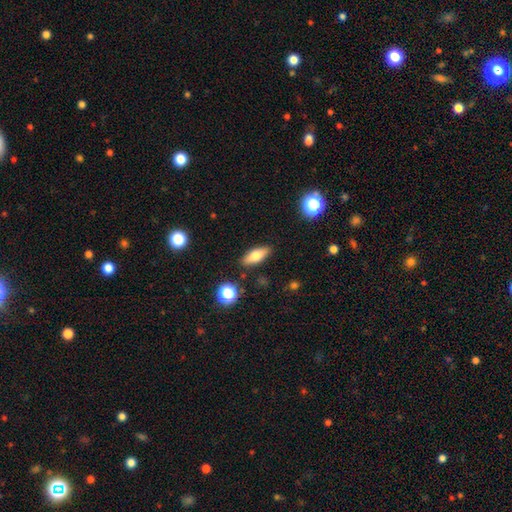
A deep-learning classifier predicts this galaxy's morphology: Smooth or featured? smooth (70%)
How rounded? in between (70%)
Merging? none (87%)